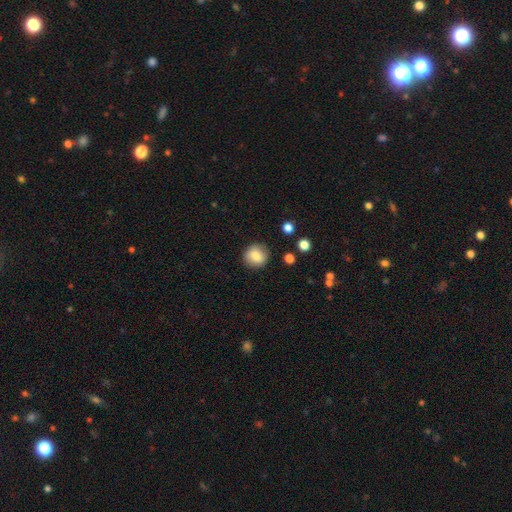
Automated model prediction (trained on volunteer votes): This appears to be a smooth galaxy with no disk features (81%) that is round (90%). Merging: none (88%).